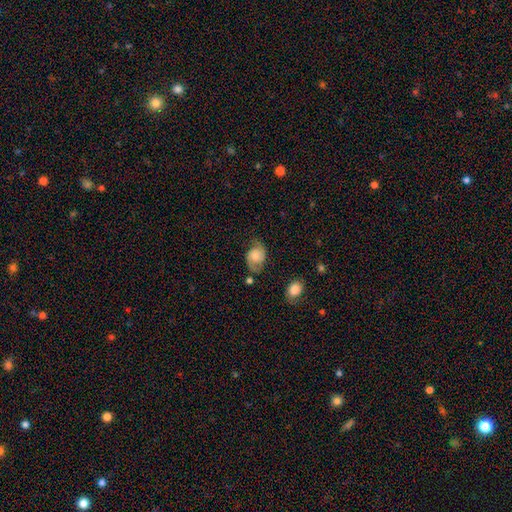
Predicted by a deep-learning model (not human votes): smooth-or-featured: featured or disk: 56% | smooth: 36% | star or artifact: 8%
  disk-edge-on: no: 97% | yes: 3%
    bar: no: 72% | weak: 24% | strong: 4%
    has-spiral-arms: yes: 90% | no: 10%
    bulge-size: moderate: 36% | small: 34% | large: 14% | none: 12% | dominant: 4%
  merging: none: 62% | minor disturbance: 25% | major disturbance: 11% | merger: 3%